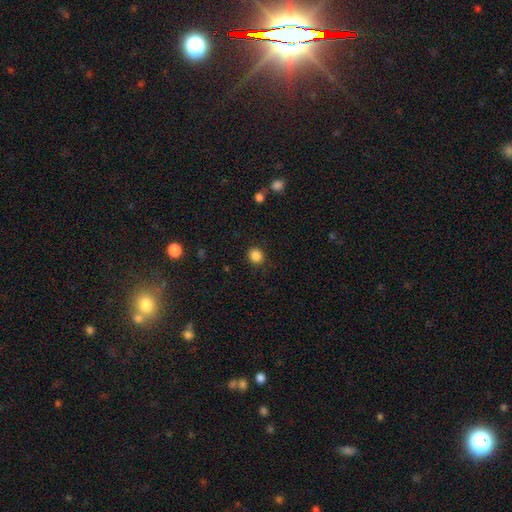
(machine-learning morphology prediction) smooth_or_featured: smooth (p=0.86) [alt: star or artifact p=0.11]
how_rounded: round (p=0.84) [alt: in between p=0.15]
merging: none (p=0.89) [alt: minor disturbance p=0.07]